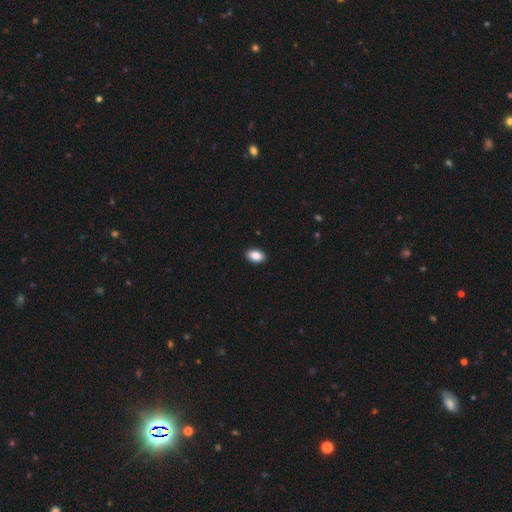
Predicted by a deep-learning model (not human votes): Smooth or featured: smooth — 88% (star or artifact — 8%)
How rounded: in between — 87% (round — 11%)
Merging: none — 91% (minor disturbance — 6%)